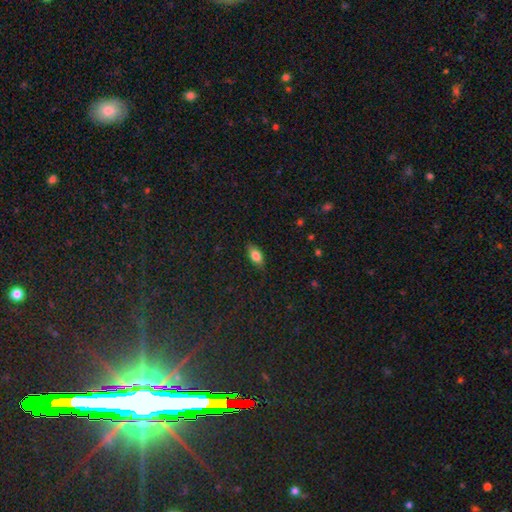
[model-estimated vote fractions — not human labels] Smooth or featured? Predicted: smooth (p=0.77). How rounded? Predicted: in between (p=0.86). Merging? Predicted: none (p=0.82).